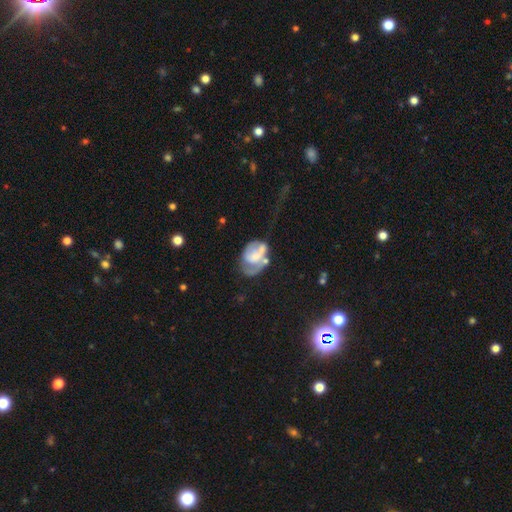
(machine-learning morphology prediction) type=featured or disk (56%); edge-on=no (97%); bar=no (64%); spiral arms=yes (56%); bulge=moderate (32%); merging=none (31%, tied with major disturbance).